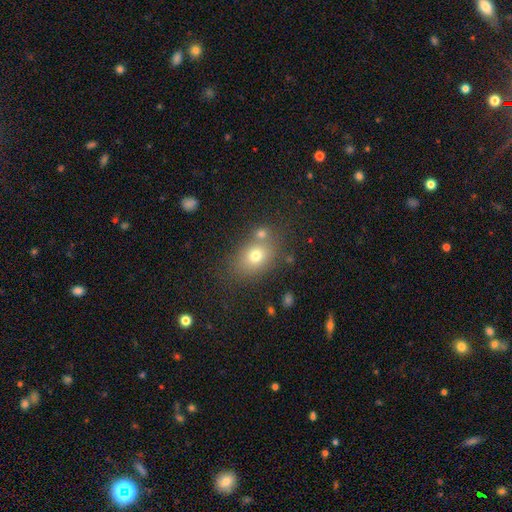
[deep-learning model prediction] smooth 72%, featured or disk 15%, star or artifact 13%. Down the decision tree: how rounded — in between (67%); merging — none (62%).